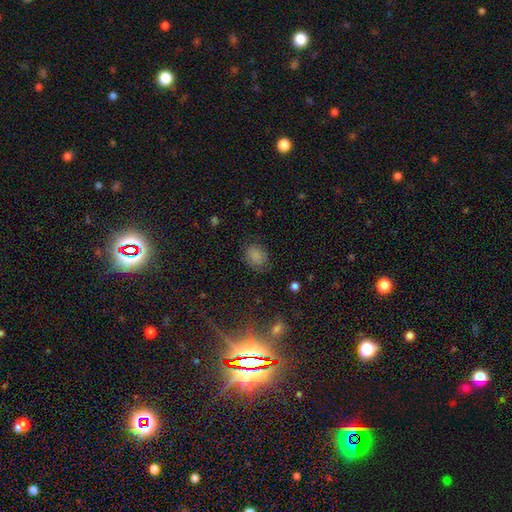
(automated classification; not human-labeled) Morphology: type=smooth (81%); roundness=in between (53%); merging=none (72%).